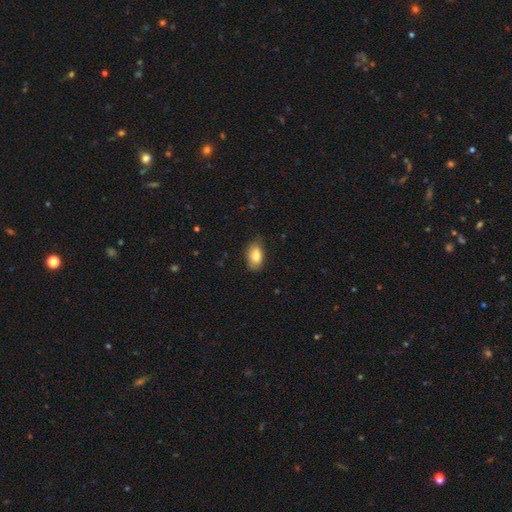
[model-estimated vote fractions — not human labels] This is clearly a smooth galaxy (83%). How rounded: clearly in between (91%). Merging: likely none (74%).